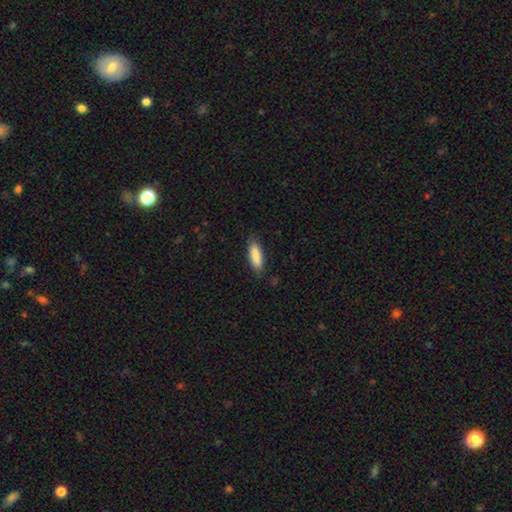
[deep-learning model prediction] smooth 87%, featured or disk 7%, star or artifact 6%. Down the decision tree: how rounded — cigar-shaped (52%); merging — none (83%).